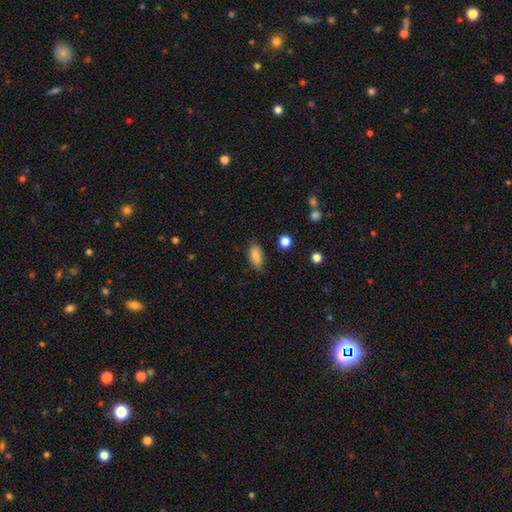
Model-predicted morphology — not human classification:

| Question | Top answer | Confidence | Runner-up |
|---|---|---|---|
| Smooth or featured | smooth | 85% | star or artifact (8%) |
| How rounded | in between | 88% | cigar-shaped (8%) |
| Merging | none | 75% | minor disturbance (20%) |